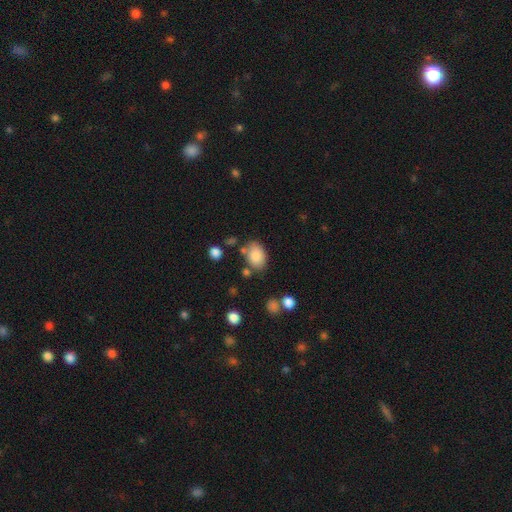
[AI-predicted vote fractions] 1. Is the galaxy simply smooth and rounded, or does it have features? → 85% smooth, 8% star or artifact, 7% featured or disk.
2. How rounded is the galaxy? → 79% in between, 20% round, 1% cigar-shaped.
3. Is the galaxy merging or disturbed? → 68% none, 17% minor disturbance, 9% merger, 6% major disturbance.